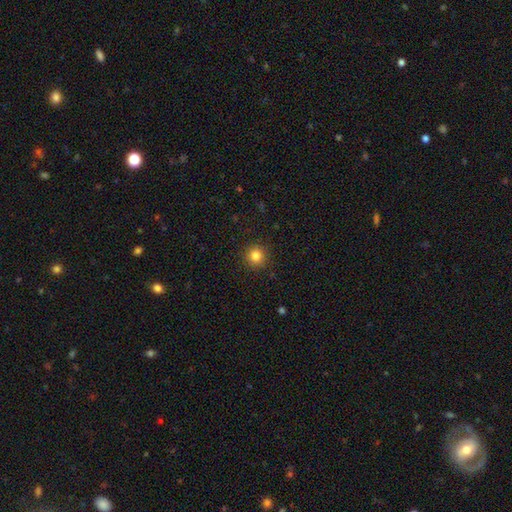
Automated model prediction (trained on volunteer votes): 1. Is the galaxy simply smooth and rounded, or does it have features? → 83% smooth, 12% star or artifact, 5% featured or disk.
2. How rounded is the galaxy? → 94% round, 5% in between, 1% cigar-shaped.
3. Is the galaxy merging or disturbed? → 92% none, 6% minor disturbance, 2% major disturbance, 1% merger.